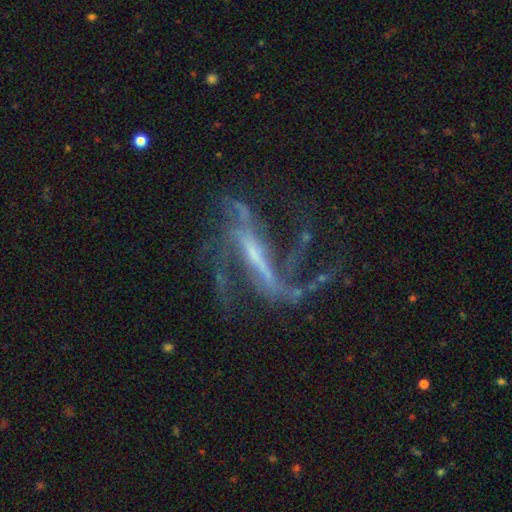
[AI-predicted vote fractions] smooth_or_featured: featured or disk (p=0.84) [alt: star or artifact p=0.10]
disk_edge_on: no (p=0.80) [alt: yes p=0.20]
bar: strong (p=0.58) [alt: weak p=0.25]
has_spiral_arms: yes (p=0.89) [alt: no p=0.11]
spiral_winding: loose (p=0.65) [alt: medium p=0.26]
spiral_arm_count: 2 (p=0.36) [alt: 3 p=0.21]
bulge_size: small (p=0.40) [alt: none p=0.32]
merging: none (p=0.45) [alt: major disturbance p=0.34]